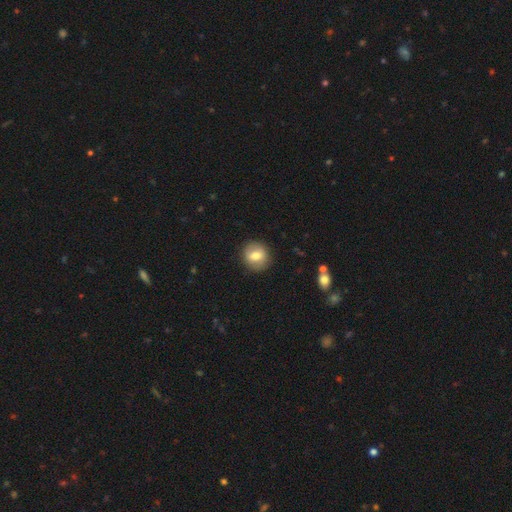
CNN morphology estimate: A smooth galaxy with no disk features (67%) that is round (86%). Merging: none (88%).